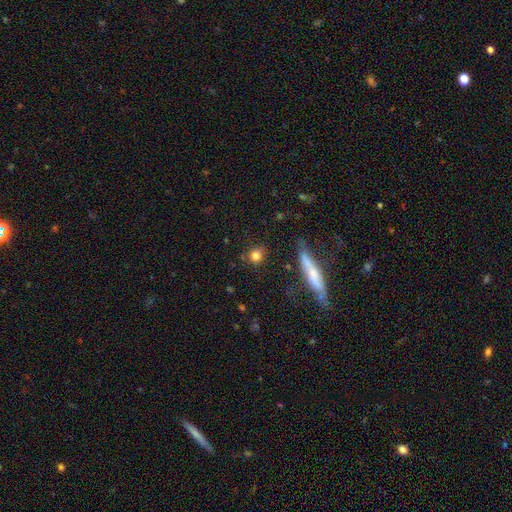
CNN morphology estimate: Smooth or featured? Predicted: smooth (p=0.79). How rounded? Predicted: round (p=0.77). Merging? Predicted: none (p=0.81).